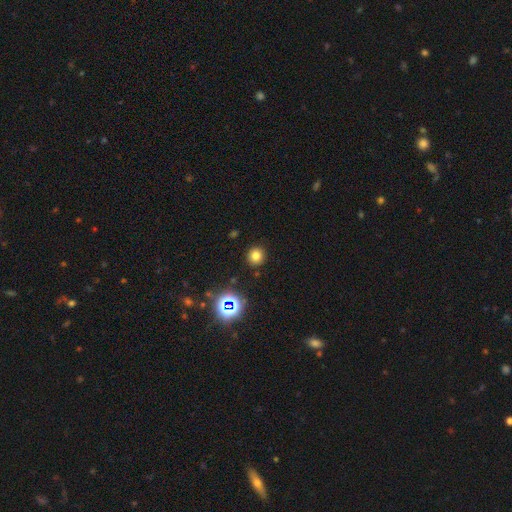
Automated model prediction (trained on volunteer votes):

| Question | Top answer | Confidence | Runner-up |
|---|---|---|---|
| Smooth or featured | smooth | 74% | star or artifact (19%) |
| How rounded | round | 92% | in between (7%) |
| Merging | none | 90% | minor disturbance (6%) |